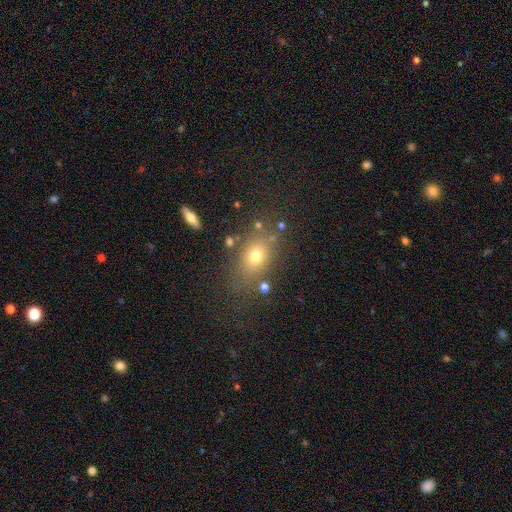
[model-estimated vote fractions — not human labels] Morphology: type=smooth (70%); roundness=in between (64%); merging=none (73%).